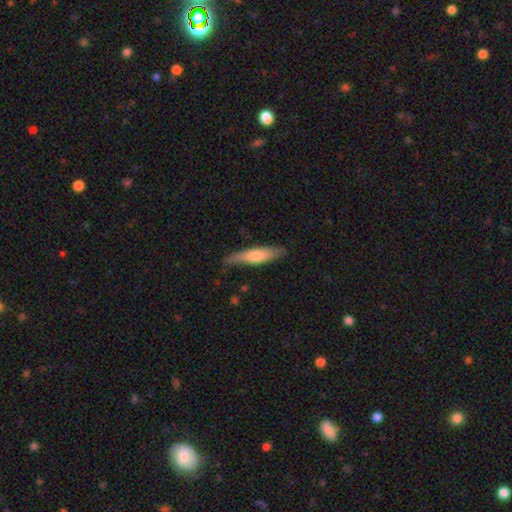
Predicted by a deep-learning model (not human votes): Smooth or featured? Predicted: smooth (p=0.62). How rounded? Predicted: cigar-shaped (p=0.76). Merging? Predicted: none (p=0.72).